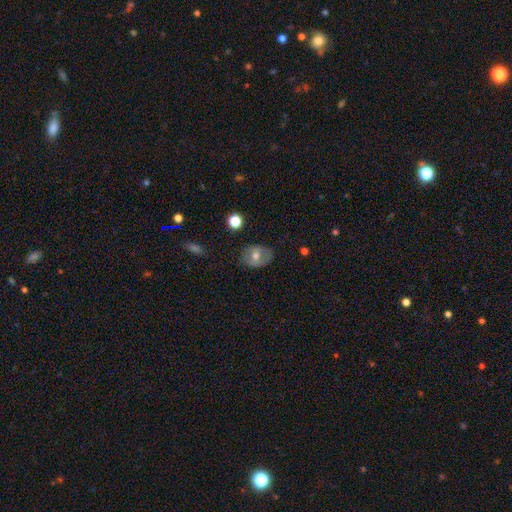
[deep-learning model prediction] smooth-or-featured: smooth: 49% | featured or disk: 41% | star or artifact: 9%
  merging: none: 76% | minor disturbance: 17% | major disturbance: 6% | merger: 2%